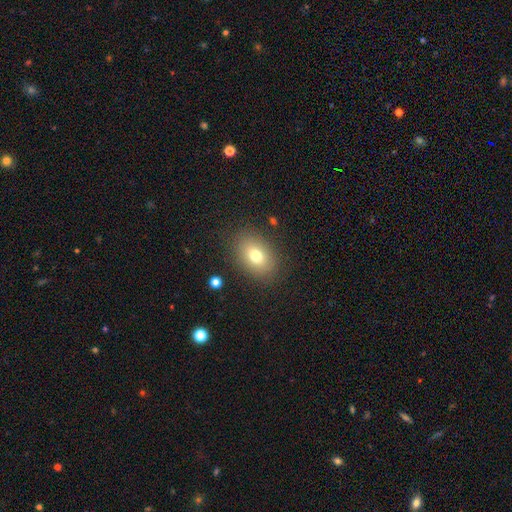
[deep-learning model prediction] Q: Smooth or featured?
A: smooth (74%); runner-up: featured or disk (14%)
Q: How rounded?
A: in between (77%); runner-up: round (22%)
Q: Merging?
A: none (85%); runner-up: minor disturbance (10%)